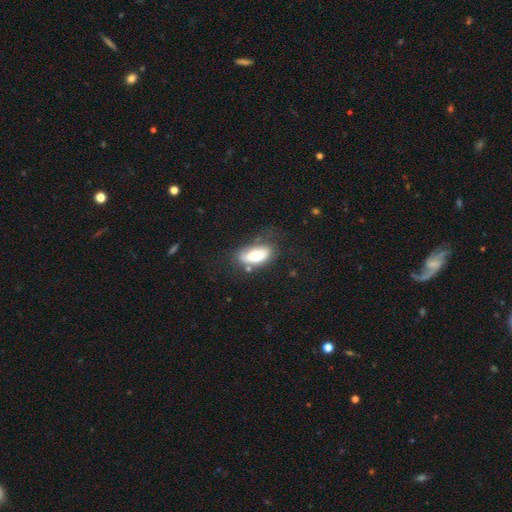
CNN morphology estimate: smooth 70%, featured or disk 23%, star or artifact 7%. Down the decision tree: how rounded — in between (89%); merging — none (47%).